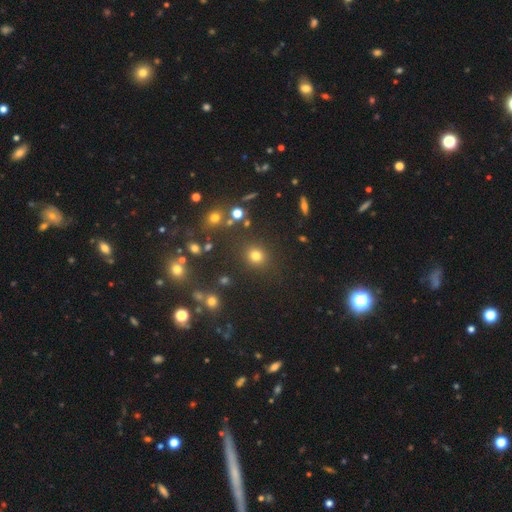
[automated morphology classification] smooth 76%, star or artifact 18%, featured or disk 6%. Down the decision tree: how rounded — round (84%); merging — none (85%).